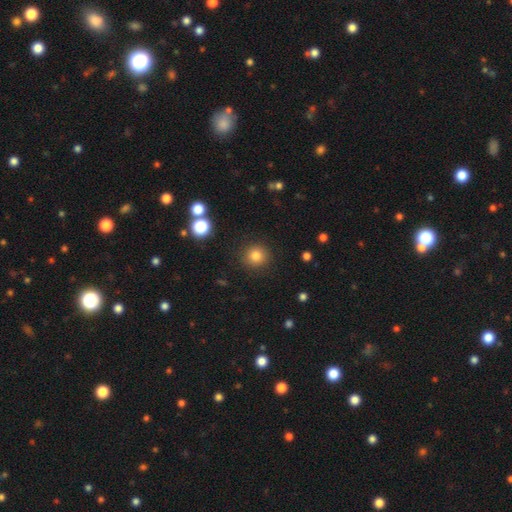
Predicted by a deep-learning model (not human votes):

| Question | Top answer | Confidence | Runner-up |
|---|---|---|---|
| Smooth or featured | smooth | 81% | star or artifact (13%) |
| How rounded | round | 94% | in between (6%) |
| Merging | none | 90% | minor disturbance (6%) |